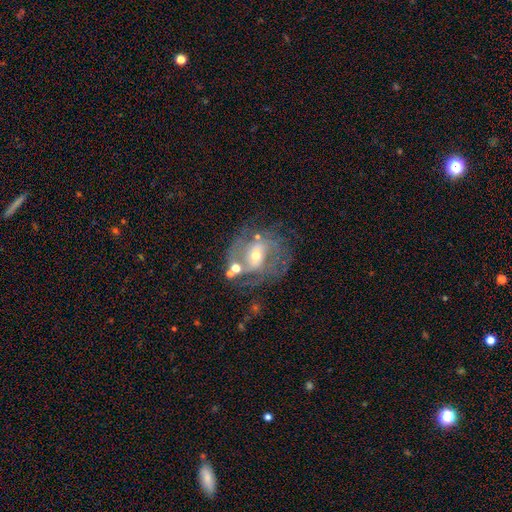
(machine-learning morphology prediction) smooth-or-featured: featured or disk: 79% | smooth: 12% | star or artifact: 9%
  disk-edge-on: no: 97% | yes: 3%
    bar: no: 41% (tied) | weak: 41% (tied) | strong: 18%
    has-spiral-arms: yes: 84% | no: 16%
      spiral-winding: medium: 44% | tight: 36% | loose: 20%
      spiral-arm-count: 2: 46% | can't tell: 28% | 3: 13% | 1: 5% | 4: 4% | more than 4: 3%
    bulge-size: moderate: 48% | small: 47% | large: 3% | none: 1% | dominant: 1%
  merging: none: 55% | minor disturbance: 19% | major disturbance: 18% | merger: 8%